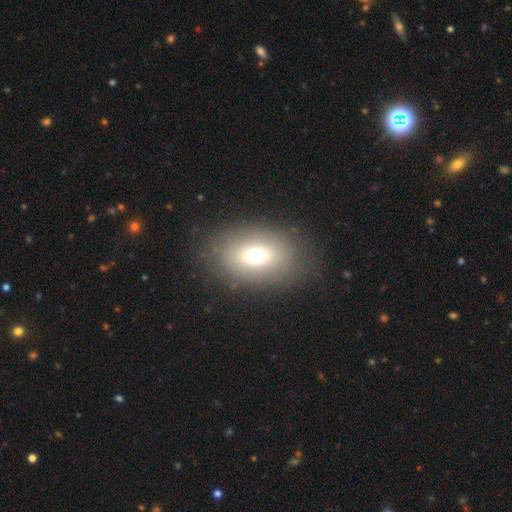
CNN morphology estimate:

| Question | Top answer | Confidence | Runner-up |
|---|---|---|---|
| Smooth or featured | smooth | 69% | featured or disk (18%) |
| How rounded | in between | 74% | round (24%) |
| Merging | none | 82% | minor disturbance (11%) |